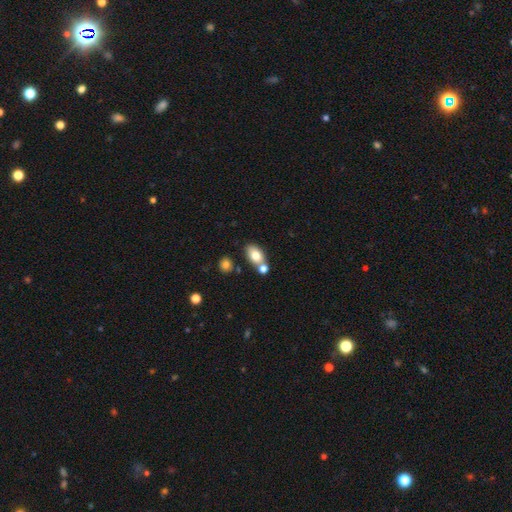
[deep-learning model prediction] A smooth galaxy with no disk features (77%) that is in between round and cigar-shaped (85%).

Vote fractions:
- Smooth or featured? smooth: 77% / featured or disk: 14% / star or artifact: 9%
- How rounded? in between: 85% / round: 12% / cigar-shaped: 2%
- Merging? none: 58% / merger: 25% / minor disturbance: 12% / major disturbance: 4%